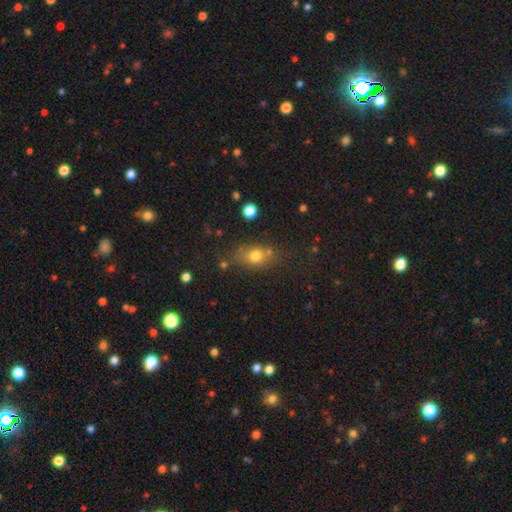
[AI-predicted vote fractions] smooth 72%, featured or disk 14%, star or artifact 14%. Down the decision tree: how rounded — in between (59%); merging — none (65%).